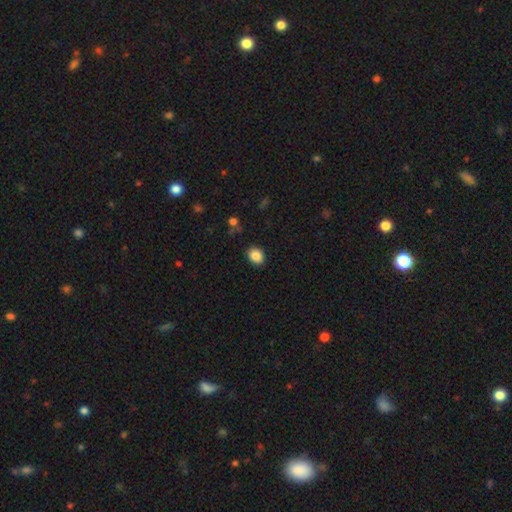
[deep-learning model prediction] smooth-or-featured: smooth: 87% | star or artifact: 9% | featured or disk: 4%
  how-rounded: round: 54% | in between: 45% | cigar-shaped: 1%
  merging: none: 88% | minor disturbance: 9% | major disturbance: 2% | merger: 1%